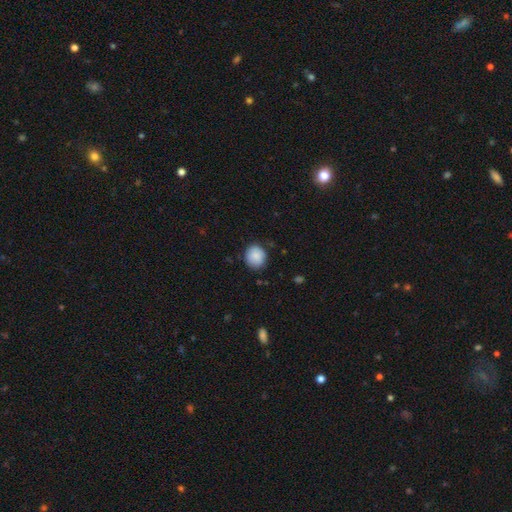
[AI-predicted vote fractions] Morphology: type=smooth (88%); roundness=round (80%); merging=none (83%).